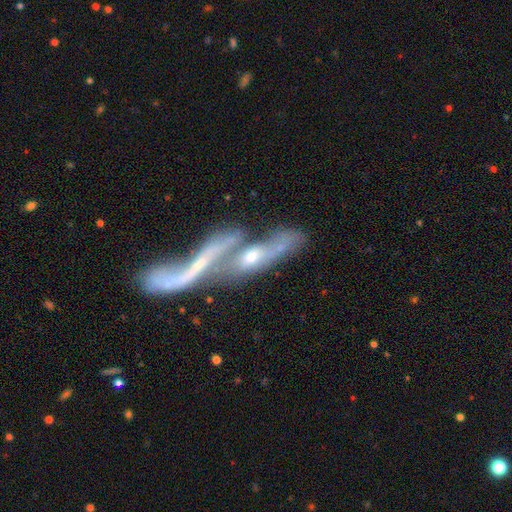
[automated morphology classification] smooth-or-featured: featured or disk: 66% | smooth: 25% | star or artifact: 9%
  disk-edge-on: no: 72% | yes: 28%
  merging: merger: 67% | major disturbance: 14% | none: 12% | minor disturbance: 7%